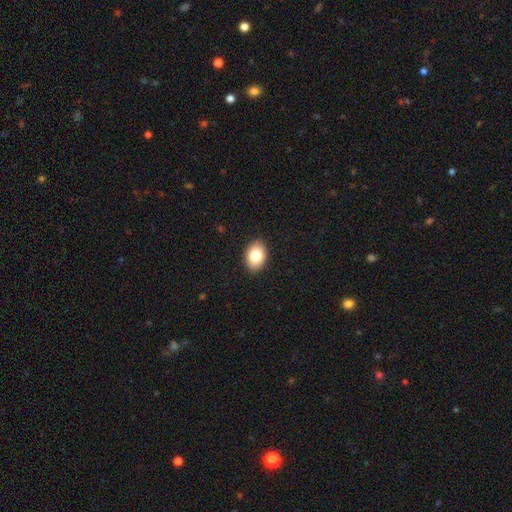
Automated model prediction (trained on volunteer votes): Smooth or featured: smooth — 83% (featured or disk — 9%)
How rounded: in between — 76% (round — 23%)
Merging: none — 90% (minor disturbance — 7%)